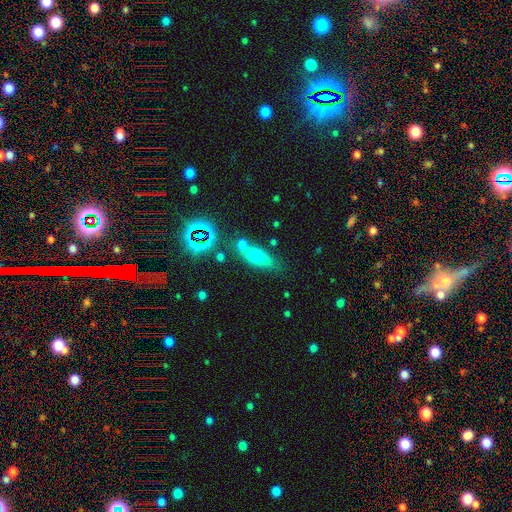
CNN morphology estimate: smooth_or_featured: smooth (p=0.55) [alt: featured or disk p=0.25]
how_rounded: in between (p=0.57) [alt: cigar-shaped p=0.35]
merging: none (p=0.64) [alt: minor disturbance p=0.16]